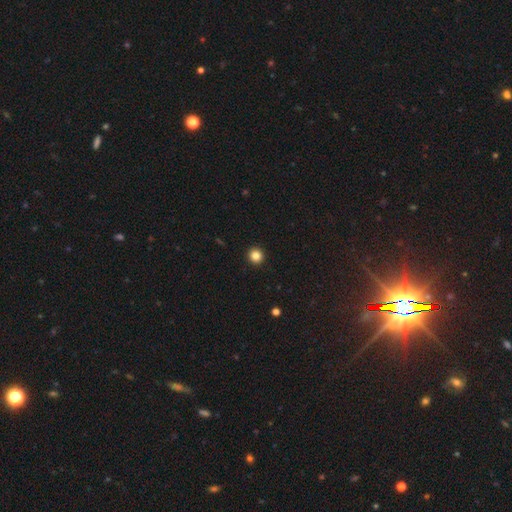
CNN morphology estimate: Overall: smooth (84%). How rounded: round (94%). Merging: none (94%).